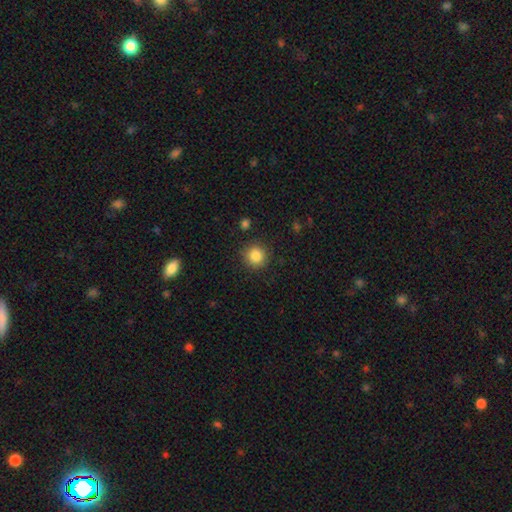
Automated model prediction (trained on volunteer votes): A smooth galaxy with no disk features (85%) that is round (93%). Merging: none (89%).